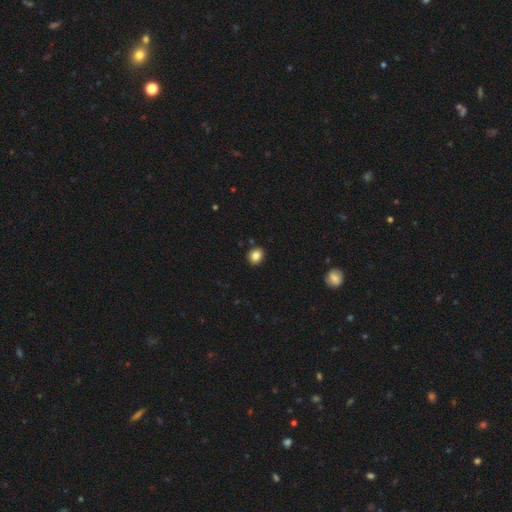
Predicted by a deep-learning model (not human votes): Morphology: type=smooth (85%); roundness=round (62%); merging=none (90%).